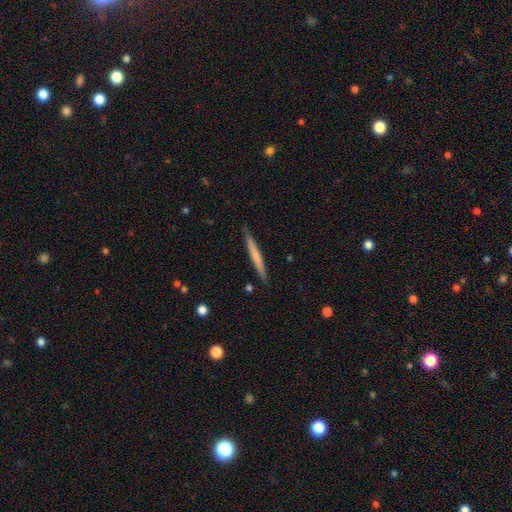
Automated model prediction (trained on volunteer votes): A smooth galaxy with no disk features (56%) that is cigar-shaped (97%). Merging: none (89%).